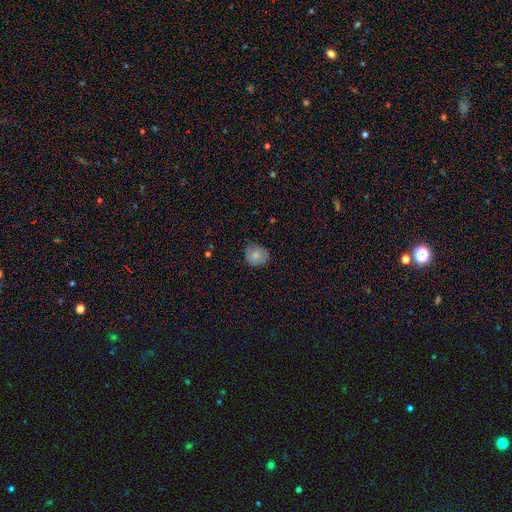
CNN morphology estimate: A smooth galaxy with no disk features (80%) that is round (80%). Merging: none (78%).